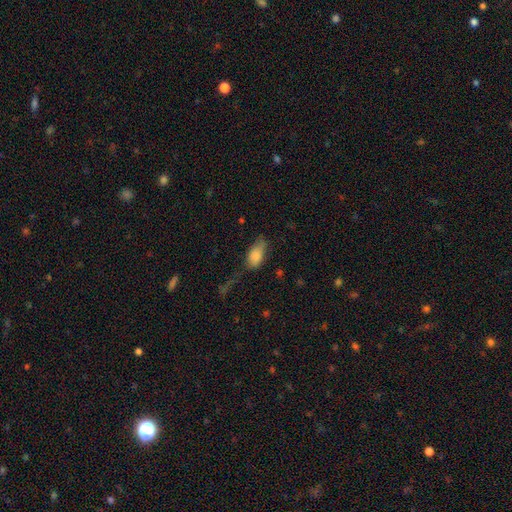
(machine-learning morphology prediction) Smooth or featured?
  - smooth: 82% *
  - featured or disk: 10%
  - star or artifact: 8%
How rounded?
  - in between: 91% *
  - cigar-shaped: 5%
  - round: 4%
Merging?
  - none: 42% *
  - minor disturbance: 31%
  - major disturbance: 22%
  - merger: 5%